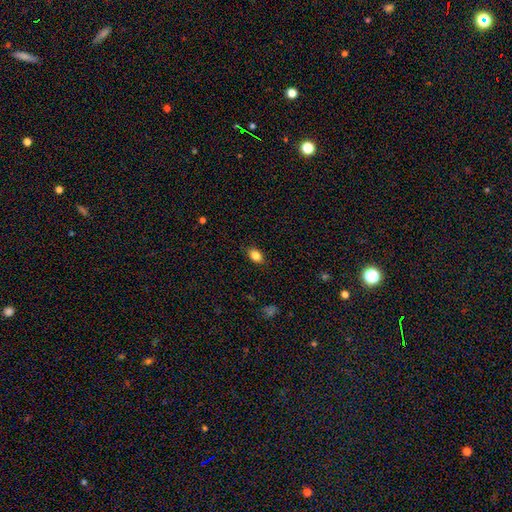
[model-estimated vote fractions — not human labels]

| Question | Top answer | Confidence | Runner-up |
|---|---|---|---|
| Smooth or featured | smooth | 84% | star or artifact (9%) |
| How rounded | in between | 83% | round (15%) |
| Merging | none | 87% | minor disturbance (10%) |